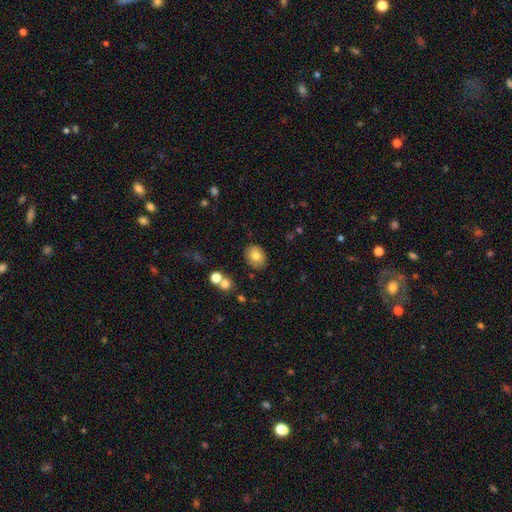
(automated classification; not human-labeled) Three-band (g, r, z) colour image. It shows a smooth galaxy with no disk features (76%) that is in between round and cigar-shaped (53%). Merging: none (84%).